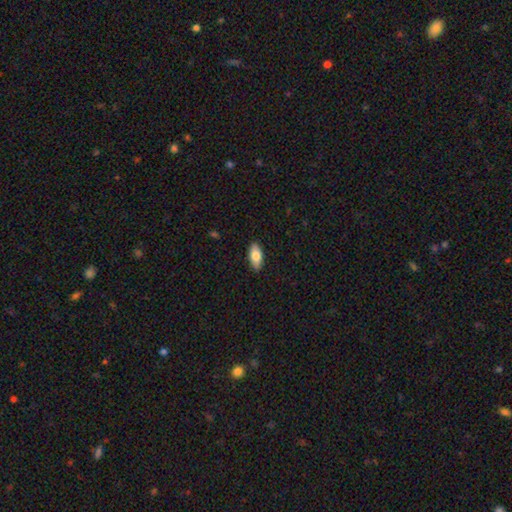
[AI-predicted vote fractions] smooth-or-featured: smooth: 77% | featured or disk: 17% | star or artifact: 6%
  how-rounded: in between: 87% | cigar-shaped: 10% | round: 3%
  merging: none: 89% | minor disturbance: 8% | major disturbance: 2% | merger: 1%